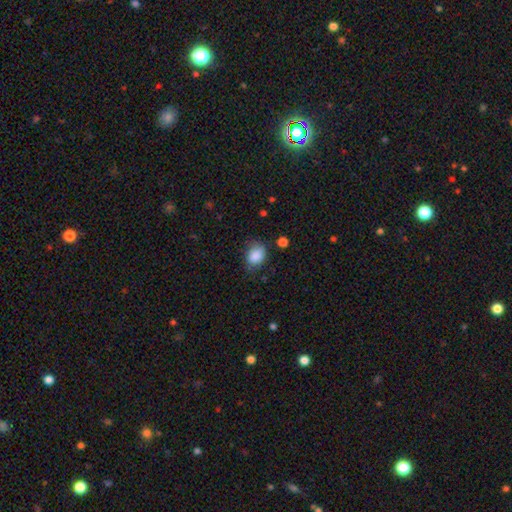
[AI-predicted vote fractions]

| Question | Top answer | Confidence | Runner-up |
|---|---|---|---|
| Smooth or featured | smooth | 86% | star or artifact (9%) |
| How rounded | in between | 61% | round (38%) |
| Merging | none | 68% | minor disturbance (24%) |